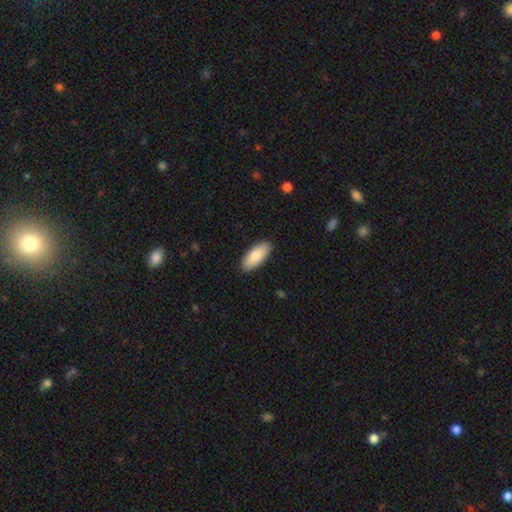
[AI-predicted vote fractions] smooth 86%, featured or disk 9%, star or artifact 5%. Down the decision tree: how rounded — in between (86%); merging — none (89%).